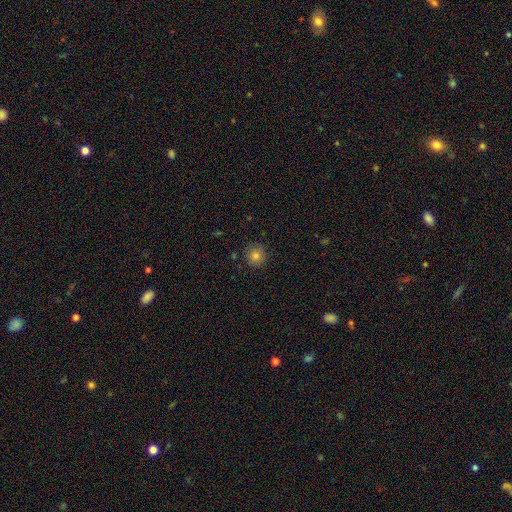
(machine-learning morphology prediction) smooth-or-featured: smooth: 80% | star or artifact: 13% | featured or disk: 7%
  how-rounded: round: 93% | in between: 6% | cigar-shaped: 1%
  merging: none: 86% | minor disturbance: 10% | major disturbance: 2% | merger: 1%